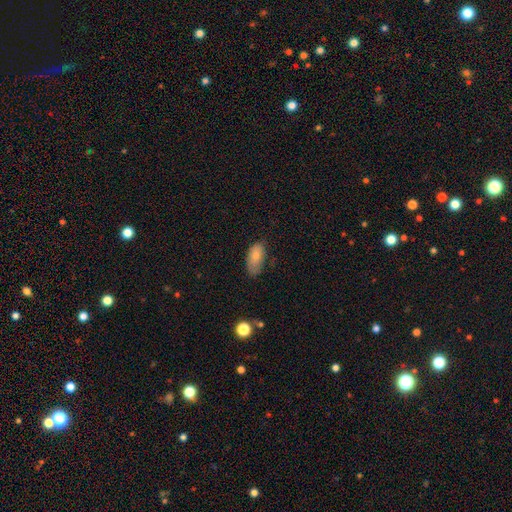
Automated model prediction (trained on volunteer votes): Smooth or featured? smooth (80%)
How rounded? in between (92%)
Merging? none (56%)